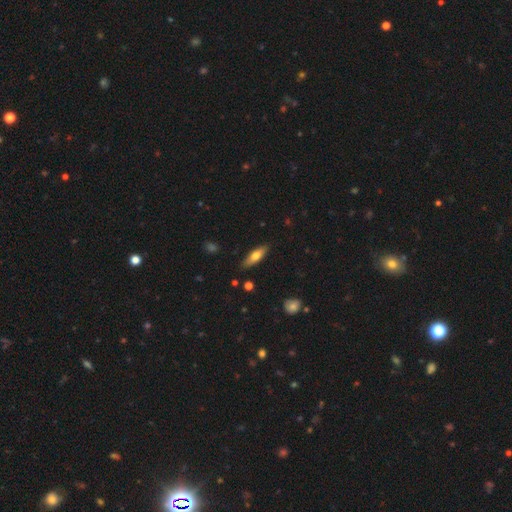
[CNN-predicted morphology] Q: Smooth or featured?
A: smooth (63%); runner-up: featured or disk (30%)
Q: How rounded?
A: cigar-shaped (54%); runner-up: in between (44%)
Q: Merging?
A: none (86%); runner-up: minor disturbance (11%)